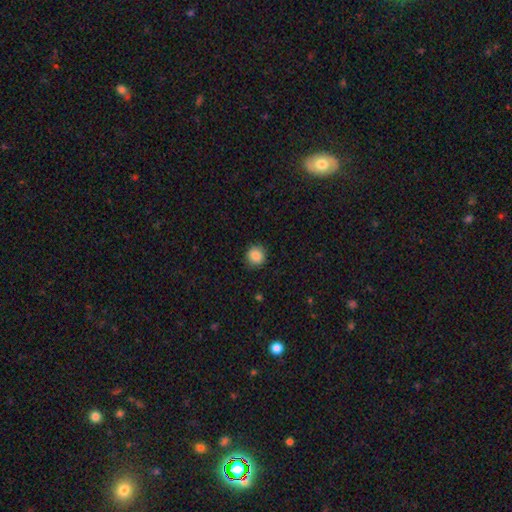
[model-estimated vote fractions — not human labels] This appears to be a smooth galaxy with no disk features (86%) that is round (90%). Merging: none (89%).